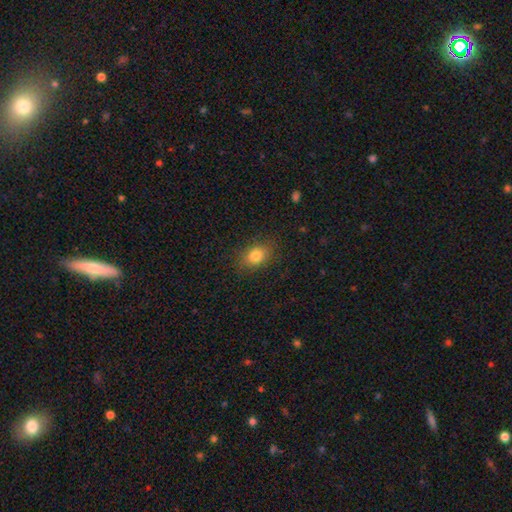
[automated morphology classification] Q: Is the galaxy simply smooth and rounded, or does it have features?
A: smooth — 82%.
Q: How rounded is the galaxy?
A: in between — 68%.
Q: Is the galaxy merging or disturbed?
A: none — 84%.